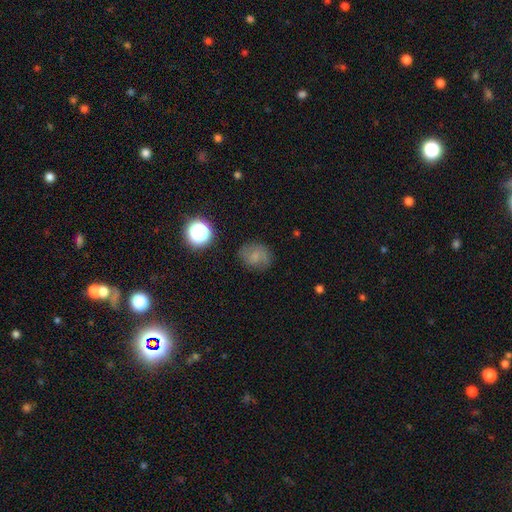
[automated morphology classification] Smooth or featured? smooth (63%)
How rounded? round (61%)
Merging? none (71%)